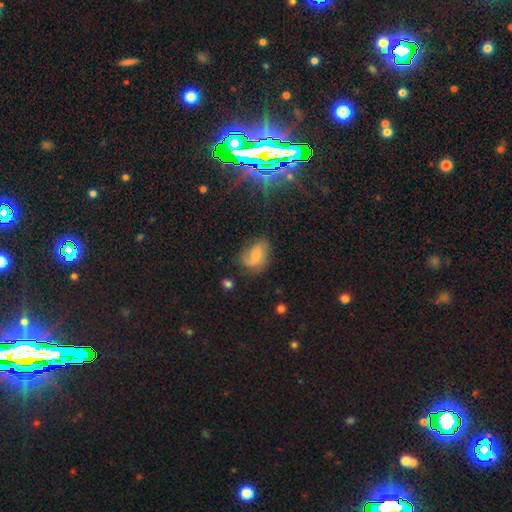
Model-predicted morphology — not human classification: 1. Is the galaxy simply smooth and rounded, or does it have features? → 49% featured or disk, 40% smooth, 11% star or artifact.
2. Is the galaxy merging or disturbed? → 58% none, 27% minor disturbance, 13% major disturbance, 2% merger.